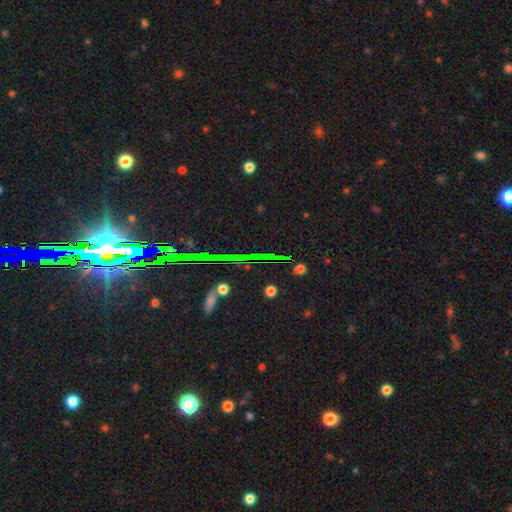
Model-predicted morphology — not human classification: smooth_or_featured: star or artifact (p=0.78) [alt: featured or disk p=0.12]